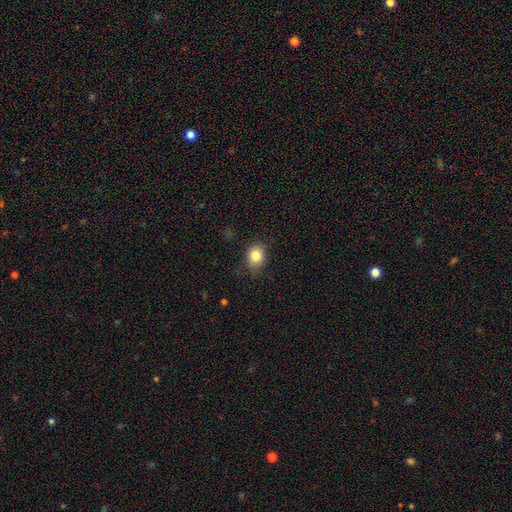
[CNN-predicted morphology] smooth-or-featured: smooth: 83% | star or artifact: 10% | featured or disk: 7%
  how-rounded: round: 57% | in between: 42% | cigar-shaped: 1%
  merging: none: 78% | minor disturbance: 17% | major disturbance: 4% | merger: 1%